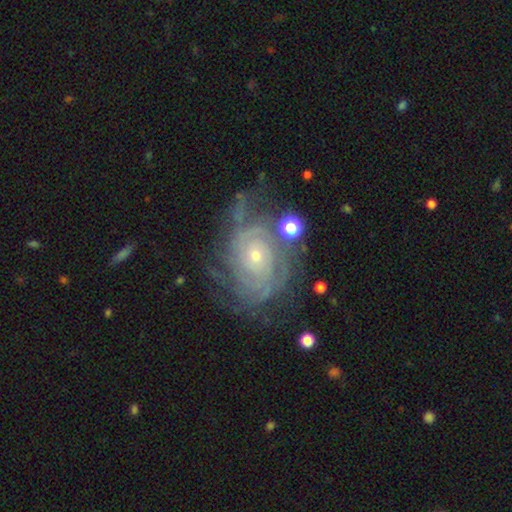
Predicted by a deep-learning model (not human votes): smooth_or_featured: featured or disk (p=0.86) [alt: star or artifact p=0.07]
disk_edge_on: no (p=0.97) [alt: yes p=0.03]
bar: no (p=0.79) [alt: weak p=0.16]
has_spiral_arms: yes (p=0.95) [alt: no p=0.05]
spiral_winding: tight (p=0.75) [alt: medium p=0.20]
spiral_arm_count: can't tell (p=0.38) [alt: 4 p=0.17]
bulge_size: small (p=0.75) [alt: moderate p=0.21]
merging: none (p=0.63) [alt: minor disturbance p=0.20]